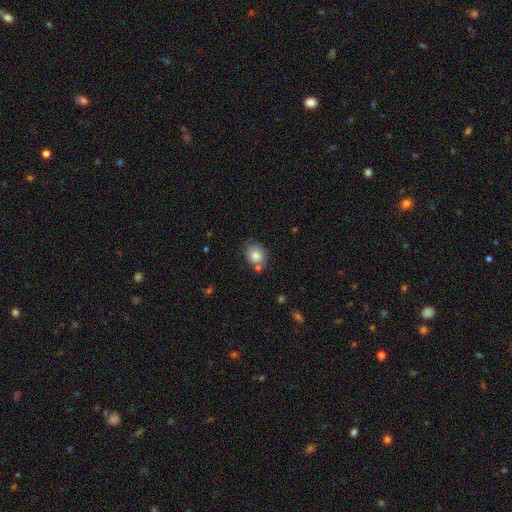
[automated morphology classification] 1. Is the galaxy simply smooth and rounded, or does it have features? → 81% smooth, 11% featured or disk, 9% star or artifact.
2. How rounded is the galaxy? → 60% round, 39% in between, 1% cigar-shaped.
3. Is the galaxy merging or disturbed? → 63% none, 18% minor disturbance, 15% merger, 4% major disturbance.